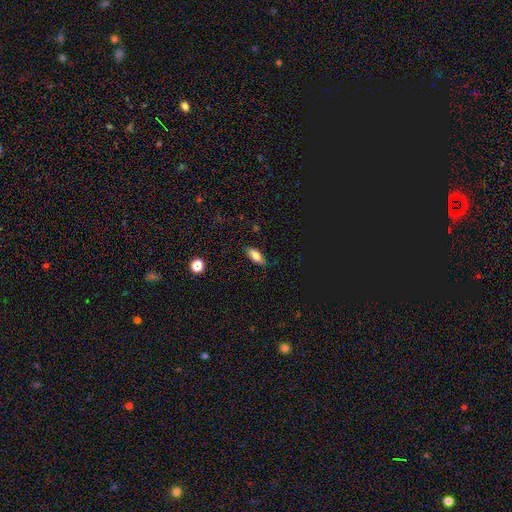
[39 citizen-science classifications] Morphology: type=smooth (85%); roundness=in between (85%); merging=none (86%).